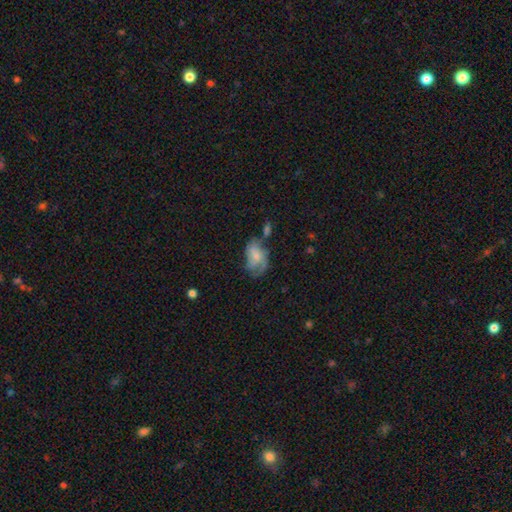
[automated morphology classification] Smooth or featured? smooth (47%)
Merging? none (32%)